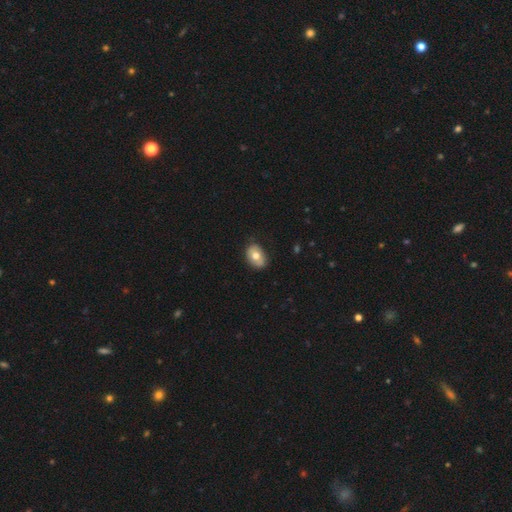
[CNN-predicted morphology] smooth-or-featured: smooth: 66% | featured or disk: 26% | star or artifact: 7%
  how-rounded: in between: 77% | round: 22% | cigar-shaped: 1%
  merging: none: 77% | minor disturbance: 19% | major disturbance: 3% | merger: 1%